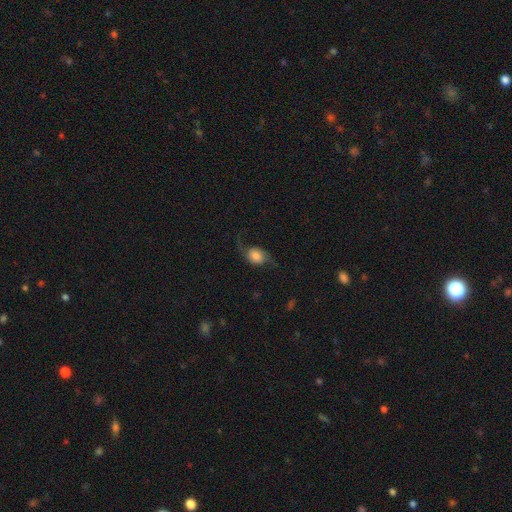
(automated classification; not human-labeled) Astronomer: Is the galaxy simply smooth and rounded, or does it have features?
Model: featured or disk — 63%.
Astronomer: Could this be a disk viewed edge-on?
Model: no — 94%.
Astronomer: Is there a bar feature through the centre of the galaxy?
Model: no — 65%.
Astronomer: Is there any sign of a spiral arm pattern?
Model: yes — 94%.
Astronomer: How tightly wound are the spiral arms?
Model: loose — 87%.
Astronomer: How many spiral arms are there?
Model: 2 — 92%.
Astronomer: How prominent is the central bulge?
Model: large — 34% (runner-up: dominant, 32%).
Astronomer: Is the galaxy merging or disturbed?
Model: none — 62%.